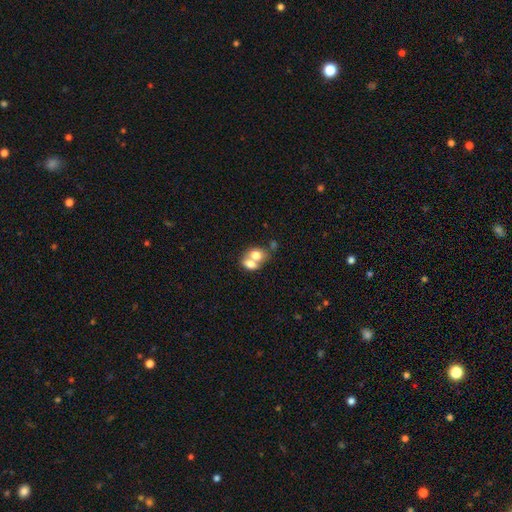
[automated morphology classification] The model was most divided on "how rounded": in between: 59%, round: 40%, cigar-shaped: 1%. More confident: smooth or featured — smooth (71%); merging — merger (69%).